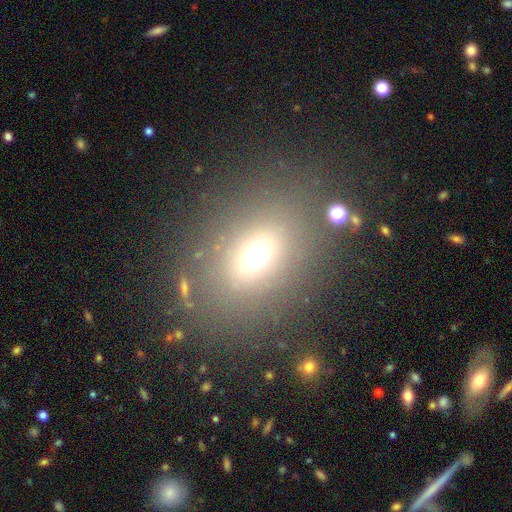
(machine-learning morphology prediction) Q: Smooth or featured?
A: smooth (64%); runner-up: star or artifact (22%)
Q: How rounded?
A: in between (62%); runner-up: round (36%)
Q: Merging?
A: none (77%); runner-up: minor disturbance (10%)